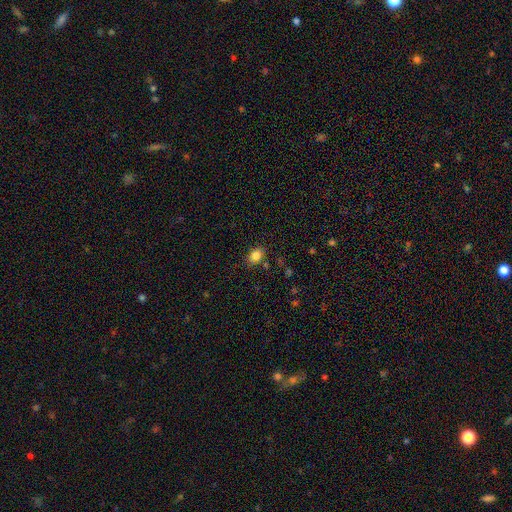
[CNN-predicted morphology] Smooth or featured?
  - smooth: 84% *
  - star or artifact: 10%
  - featured or disk: 6%
How rounded?
  - in between: 72% *
  - round: 26%
  - cigar-shaped: 1%
Merging?
  - none: 82% *
  - minor disturbance: 12%
  - major disturbance: 3%
  - merger: 3%